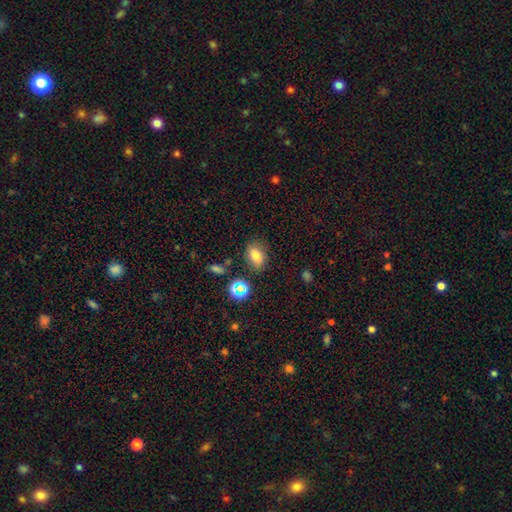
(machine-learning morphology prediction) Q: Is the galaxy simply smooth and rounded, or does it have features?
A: smooth — 72%.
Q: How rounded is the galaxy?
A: in between — 77%.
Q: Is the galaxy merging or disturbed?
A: none — 75%.